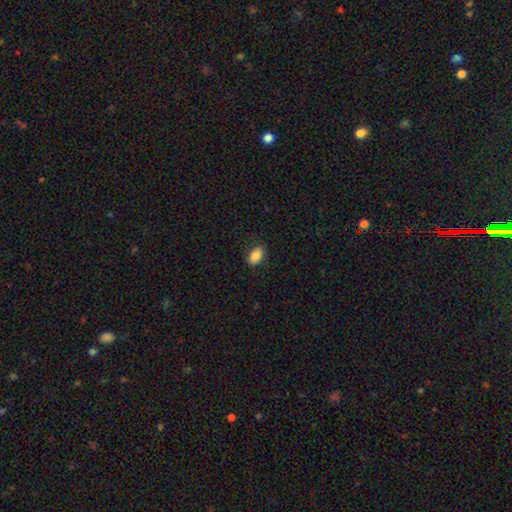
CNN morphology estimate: type=smooth (85%); roundness=in between (90%); merging=none (87%).